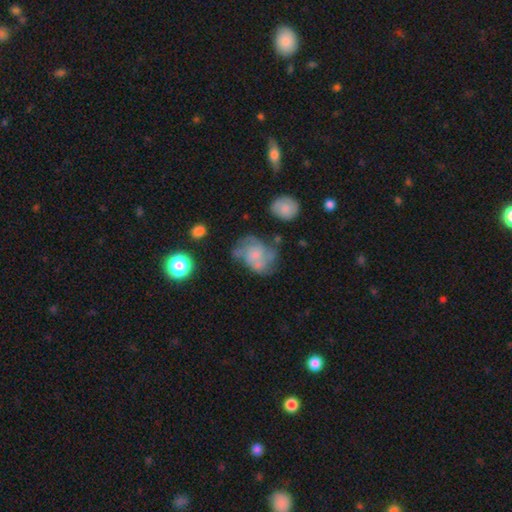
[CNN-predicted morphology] smooth-or-featured: featured or disk: 59% | smooth: 32% | star or artifact: 10%
  disk-edge-on: no: 98% | yes: 2%
    bar: no: 75% | weak: 21% | strong: 3%
    has-spiral-arms: yes: 70% | no: 30%
    bulge-size: small: 44% | moderate: 27% | none: 22% | large: 5% | dominant: 2%
  merging: none: 40% | minor disturbance: 25% | major disturbance: 23% | merger: 13%